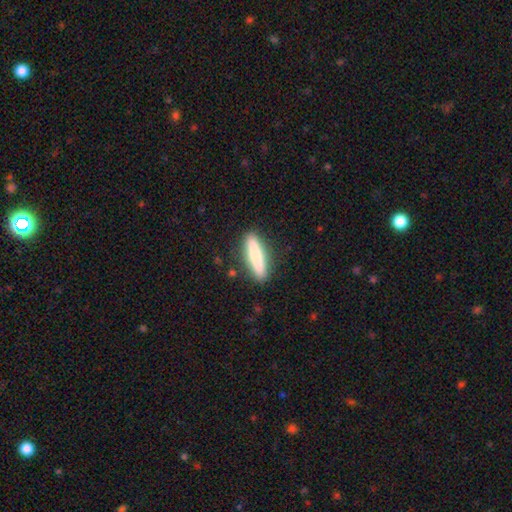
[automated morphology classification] Overall: smooth (74%). How rounded: cigar-shaped (84%). Merging: none (88%).